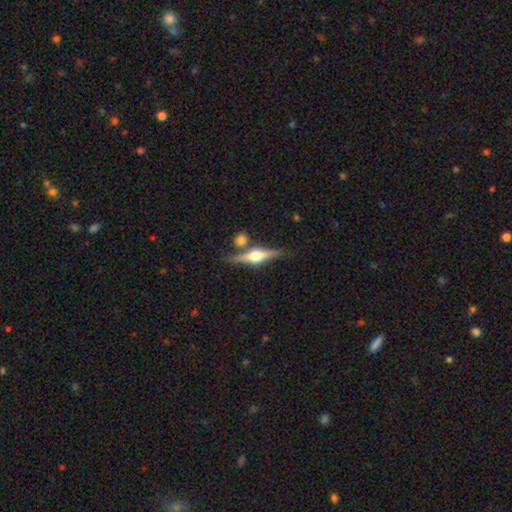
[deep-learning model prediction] This appears to be a featured or disk galaxy (78%) viewed edge-on (97%) with a rounded central bulge (95%). Merging: none (76%).